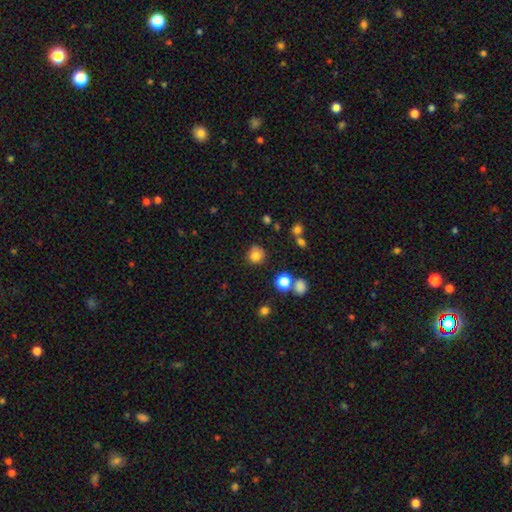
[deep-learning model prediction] smooth 81%, star or artifact 13%, featured or disk 6%. Down the decision tree: how rounded — round (89%); merging — none (77%).